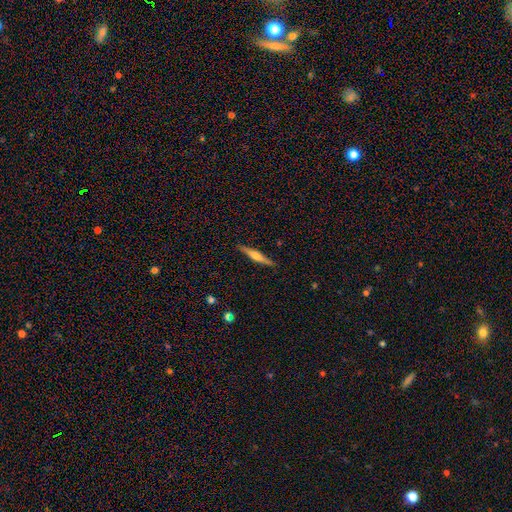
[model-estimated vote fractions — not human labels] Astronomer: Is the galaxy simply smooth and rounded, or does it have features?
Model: featured or disk — 64%.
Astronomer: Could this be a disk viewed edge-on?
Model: yes — 98%.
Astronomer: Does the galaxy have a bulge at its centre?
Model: rounded — 82%.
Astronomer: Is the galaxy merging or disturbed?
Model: none — 91%.